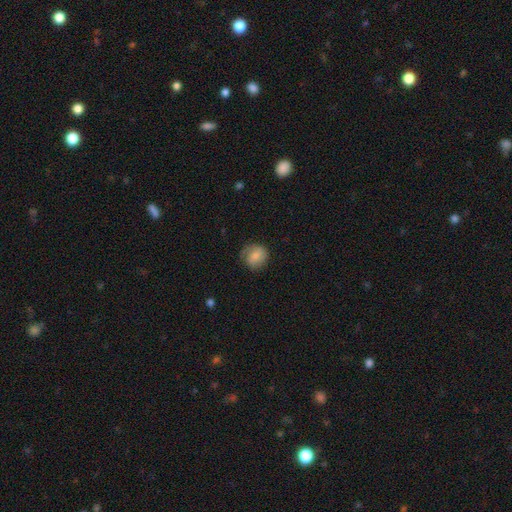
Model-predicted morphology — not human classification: Q: Smooth or featured?
A: smooth (70%); runner-up: featured or disk (23%)
Q: How rounded?
A: round (81%); runner-up: in between (18%)
Q: Merging?
A: none (64%); runner-up: minor disturbance (25%)